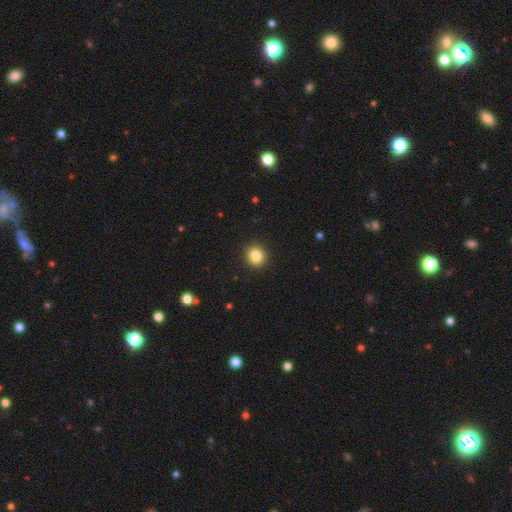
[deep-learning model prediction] Smooth or featured: smooth — 85% (star or artifact — 10%)
How rounded: round — 83% (in between — 16%)
Merging: none — 91% (minor disturbance — 6%)